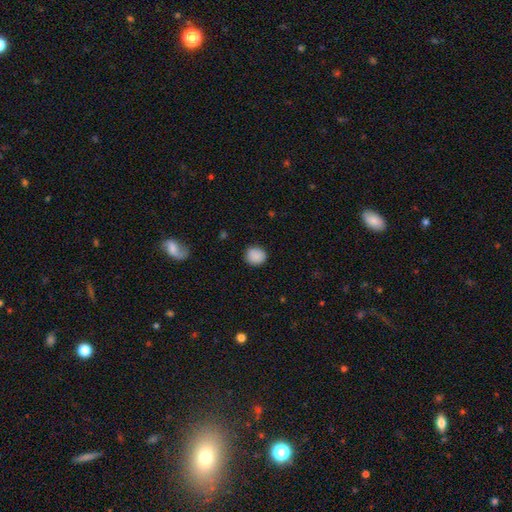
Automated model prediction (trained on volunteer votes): Q: Smooth or featured?
A: smooth (88%); runner-up: star or artifact (9%)
Q: How rounded?
A: round (81%); runner-up: in between (18%)
Q: Merging?
A: none (88%); runner-up: minor disturbance (9%)